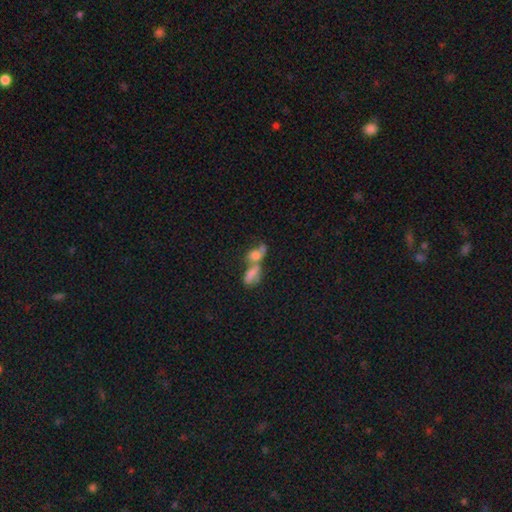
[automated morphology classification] smooth-or-featured: smooth: 64% | featured or disk: 24% | star or artifact: 13%
  how-rounded: in between: 74% | round: 16% | cigar-shaped: 10%
  merging: merger: 71% | none: 15% | major disturbance: 7% | minor disturbance: 7%